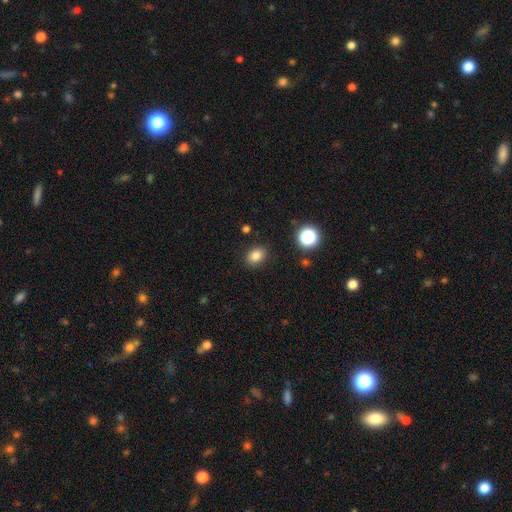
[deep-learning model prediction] Smooth or featured? smooth (82%)
How rounded? in between (58%)
Merging? none (88%)